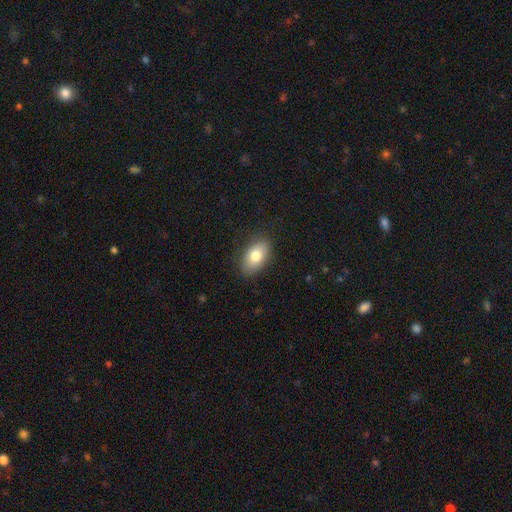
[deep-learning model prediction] A smooth galaxy with no disk features (78%) that is in between round and cigar-shaped (91%).

Vote fractions:
- Smooth or featured? smooth: 78% / featured or disk: 15% / star or artifact: 8%
- How rounded? in between: 91% / round: 7% / cigar-shaped: 2%
- Merging? none: 85% / minor disturbance: 11% / major disturbance: 3% / merger: 1%